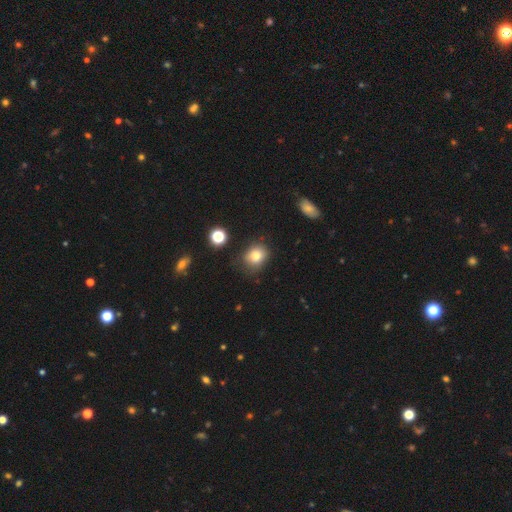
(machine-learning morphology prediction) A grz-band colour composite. It shows a smooth galaxy with no disk features (79%) that is round (62%). Merging: none (75%).